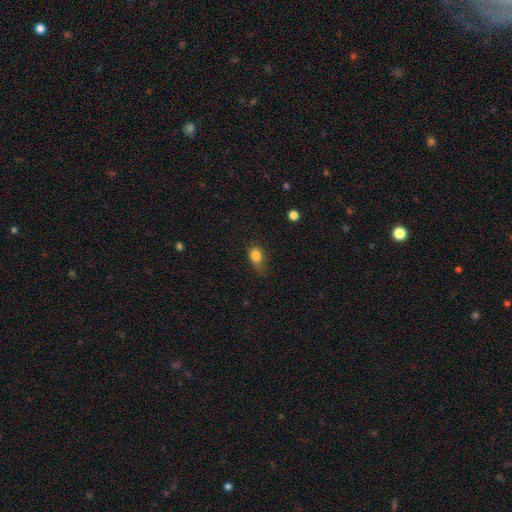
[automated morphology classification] smooth-or-featured: smooth: 82% | star or artifact: 10% | featured or disk: 8%
  how-rounded: in between: 72% | round: 24% | cigar-shaped: 4%
  merging: minor disturbance: 41% | none: 34% | major disturbance: 22% | merger: 3%